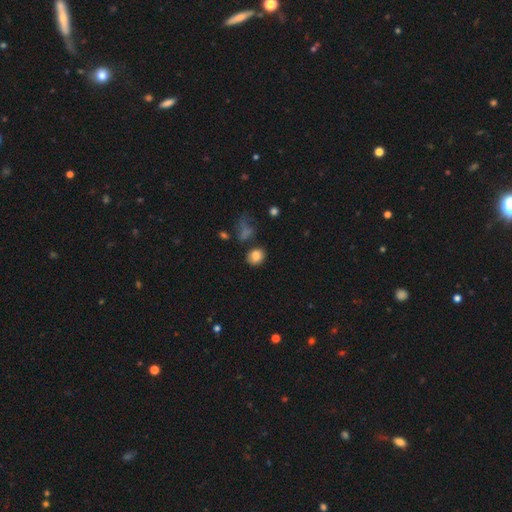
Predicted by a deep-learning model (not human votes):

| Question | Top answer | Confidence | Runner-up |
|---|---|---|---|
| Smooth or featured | smooth | 82% | star or artifact (11%) |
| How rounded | round | 61% | in between (38%) |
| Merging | none | 76% | minor disturbance (13%) |